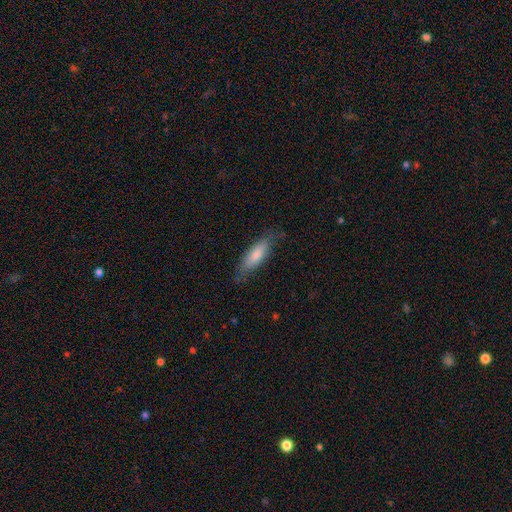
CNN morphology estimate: This is likely a smooth galaxy (68%). How rounded: possibly cigar-shaped (51%). Merging: likely none (73%).